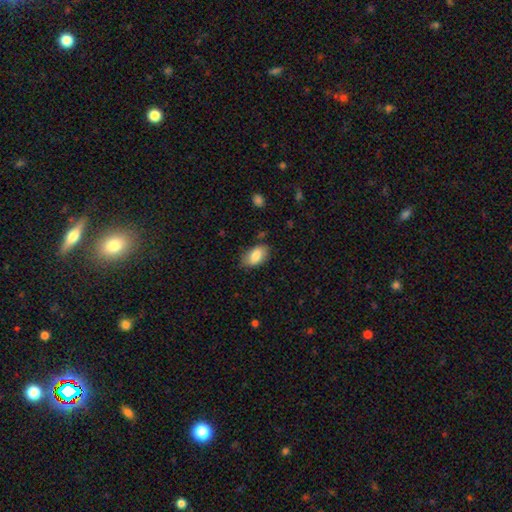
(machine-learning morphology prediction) Q: Smooth or featured?
A: smooth (83%); runner-up: featured or disk (10%)
Q: How rounded?
A: in between (92%); runner-up: round (6%)
Q: Merging?
A: none (77%); runner-up: minor disturbance (17%)